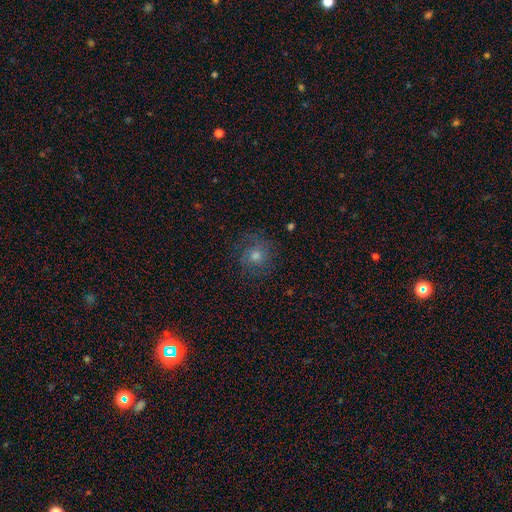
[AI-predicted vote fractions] Q: Smooth or featured?
A: smooth (47%); runner-up: featured or disk (33%)
Q: Merging?
A: none (77%); runner-up: minor disturbance (14%)